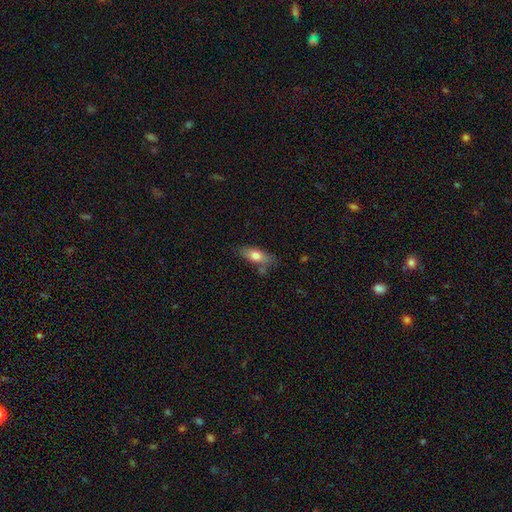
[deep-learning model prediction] Morphology: type=smooth (72%); roundness=in between (70%); merging=none (68%).